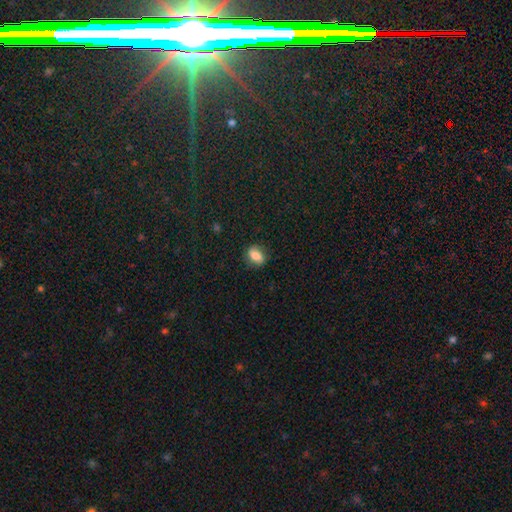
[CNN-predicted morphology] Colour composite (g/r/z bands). It shows a smooth galaxy with no disk features (74%) that is in between round and cigar-shaped (73%). Merging: none (79%).